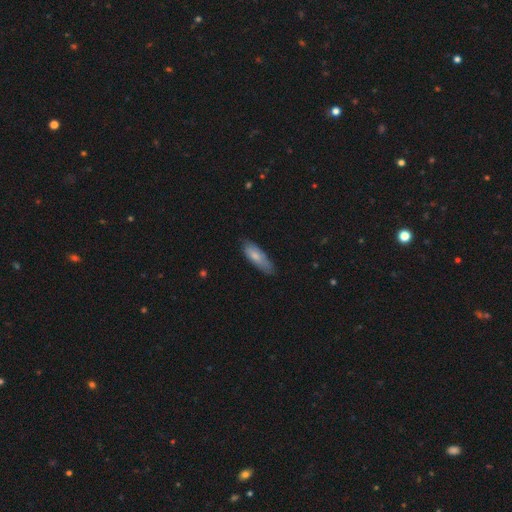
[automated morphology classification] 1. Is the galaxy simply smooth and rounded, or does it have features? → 74% smooth, 20% featured or disk, 6% star or artifact.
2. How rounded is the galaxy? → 57% in between, 41% cigar-shaped, 2% round.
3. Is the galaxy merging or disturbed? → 66% none, 27% minor disturbance, 5% major disturbance, 2% merger.